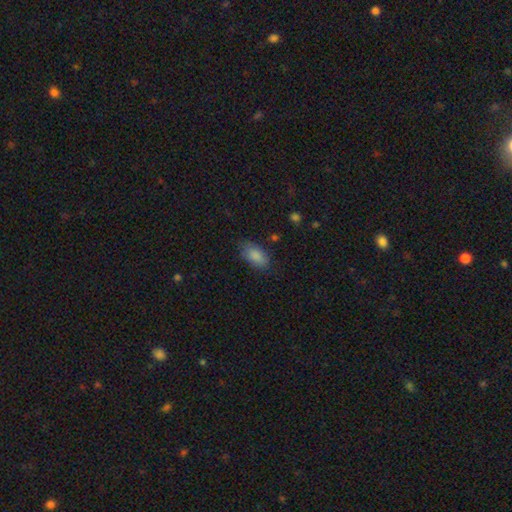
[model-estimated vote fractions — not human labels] Smooth or featured?
  - smooth: 87% *
  - star or artifact: 7%
  - featured or disk: 6%
How rounded?
  - in between: 92% *
  - round: 4%
  - cigar-shaped: 4%
Merging?
  - none: 75% *
  - minor disturbance: 19%
  - major disturbance: 5%
  - merger: 1%